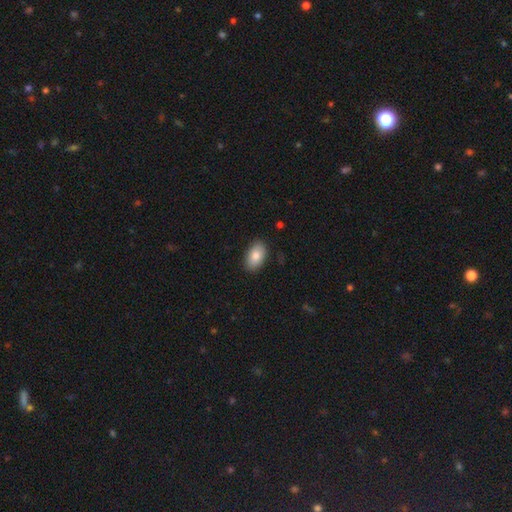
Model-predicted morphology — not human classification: Overall: smooth (82%). How rounded: in between (93%). Merging: none (87%).